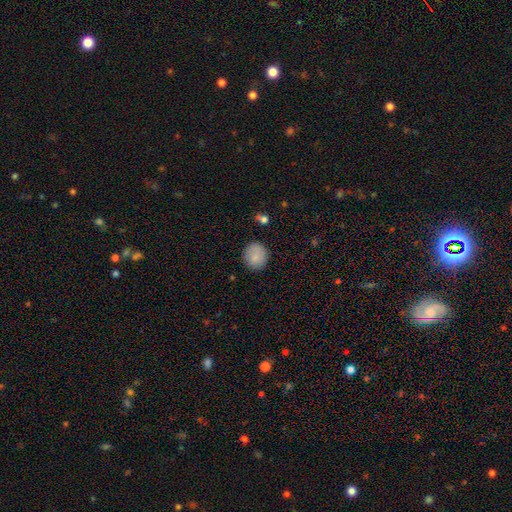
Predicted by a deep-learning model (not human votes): Smooth or featured? Predicted: smooth (p=0.86). How rounded? Predicted: round (p=0.83). Merging? Predicted: none (p=0.84).